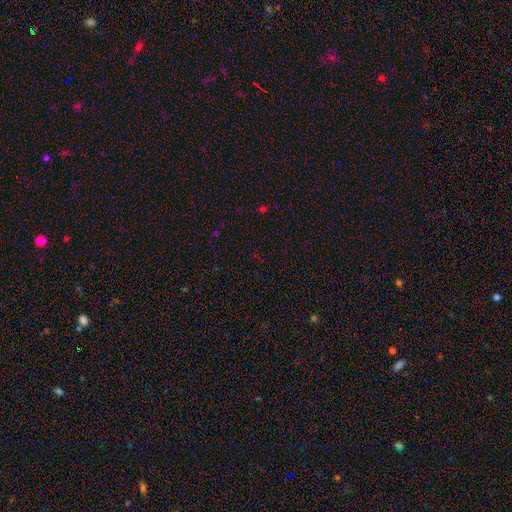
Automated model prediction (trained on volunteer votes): The model was most divided on "smooth or featured": star or artifact: 70%, smooth: 23%, featured or disk: 7%.